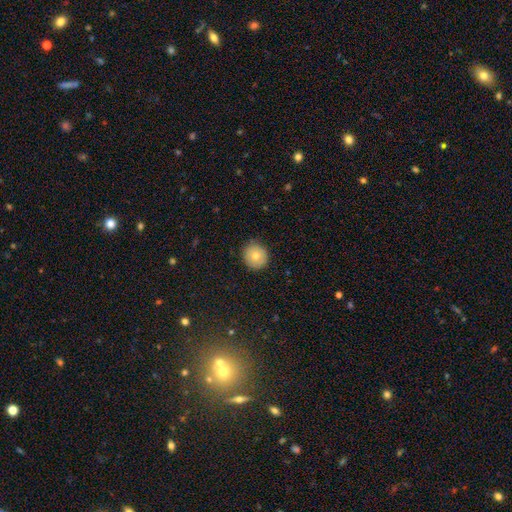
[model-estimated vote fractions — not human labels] This appears to be a smooth galaxy with no disk features (73%) that is round (90%). Merging: none (87%).